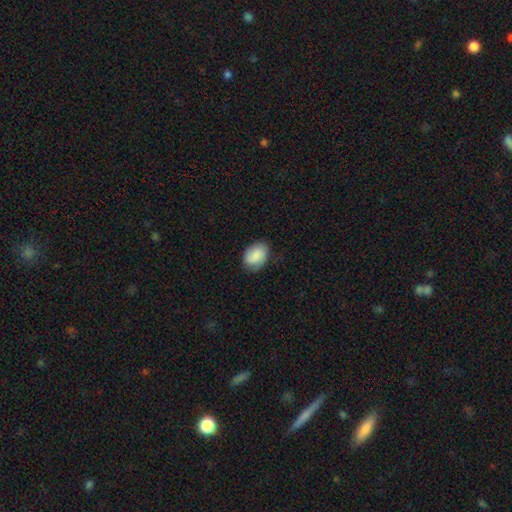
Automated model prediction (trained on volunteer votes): Q: Smooth or featured?
A: smooth (79%); runner-up: featured or disk (14%)
Q: How rounded?
A: in between (81%); runner-up: round (18%)
Q: Merging?
A: none (74%); runner-up: minor disturbance (21%)